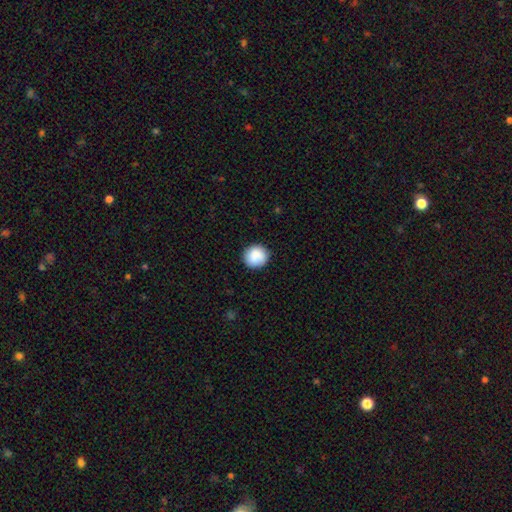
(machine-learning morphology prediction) Smooth or featured? Predicted: smooth (p=0.88). How rounded? Predicted: round (p=0.92). Merging? Predicted: none (p=0.88).